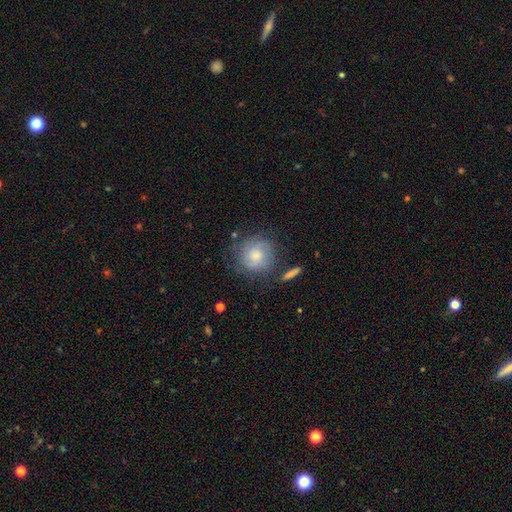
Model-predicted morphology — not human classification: Smooth or featured: featured or disk — 50% (smooth — 42%)
Merging: none — 68% (minor disturbance — 19%)